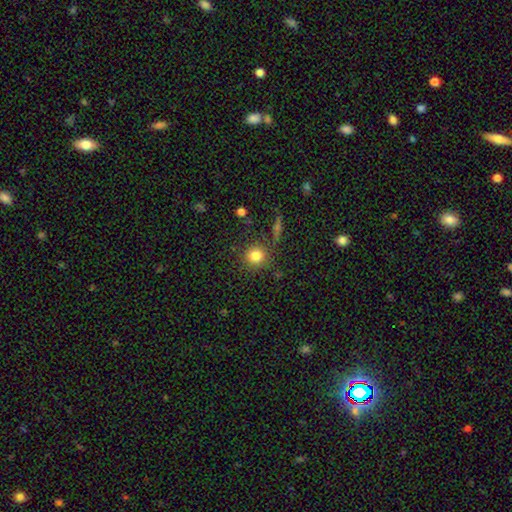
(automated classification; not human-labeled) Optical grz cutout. It shows a smooth galaxy with no disk features (81%) that is round (91%). Merging: none (83%).